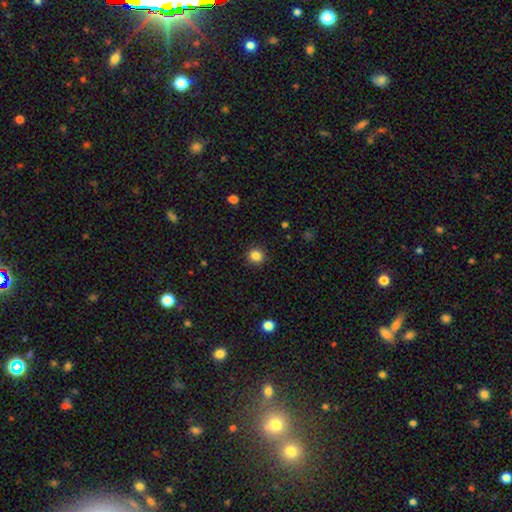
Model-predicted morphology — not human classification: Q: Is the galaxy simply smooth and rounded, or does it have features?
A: smooth — 84%.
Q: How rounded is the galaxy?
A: round — 93%.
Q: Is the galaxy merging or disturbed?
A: none — 92%.